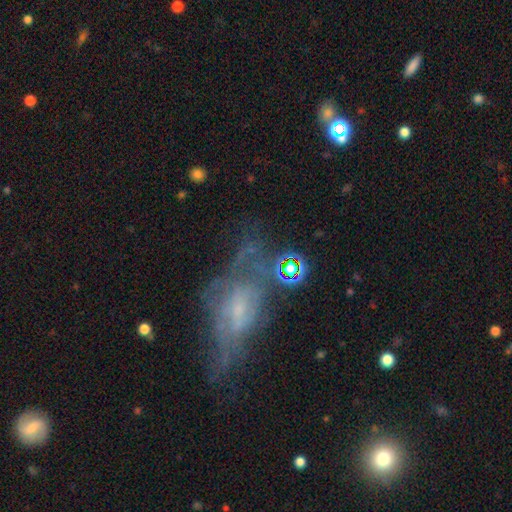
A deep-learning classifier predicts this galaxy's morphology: smooth-or-featured: featured or disk: 62% | smooth: 21% | star or artifact: 18%
  disk-edge-on: no: 81% | yes: 19%
  merging: none: 44% | major disturbance: 25% | minor disturbance: 22% | merger: 8%